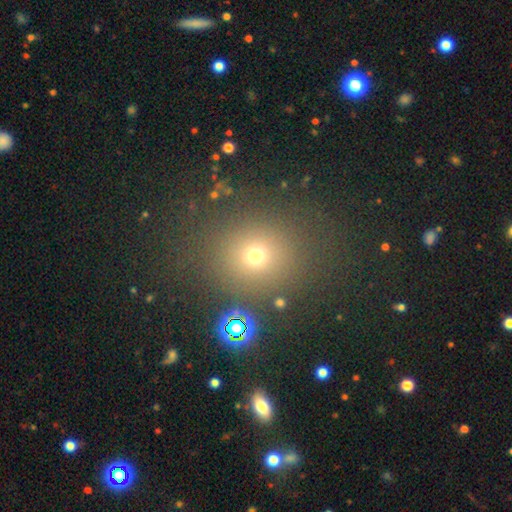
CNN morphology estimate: This is likely a smooth galaxy (66%). How rounded: likely round (78%). Merging: clearly none (81%).